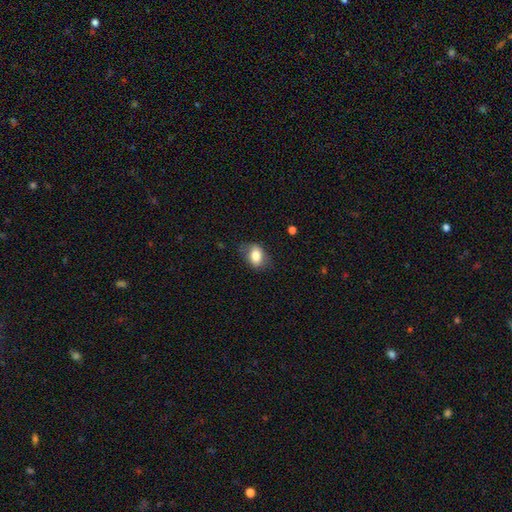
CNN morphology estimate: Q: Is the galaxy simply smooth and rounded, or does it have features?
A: smooth — 79%.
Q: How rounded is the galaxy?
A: in between — 77%.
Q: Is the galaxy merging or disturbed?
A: none — 69%.